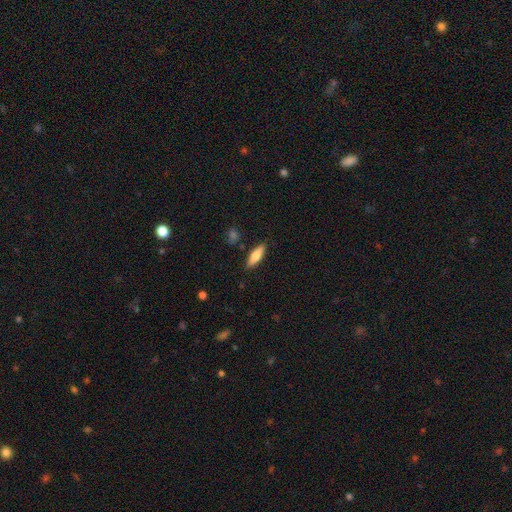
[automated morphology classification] smooth 67%, featured or disk 27%, star or artifact 6%. Down the decision tree: how rounded — cigar-shaped (50%); merging — none (86%).